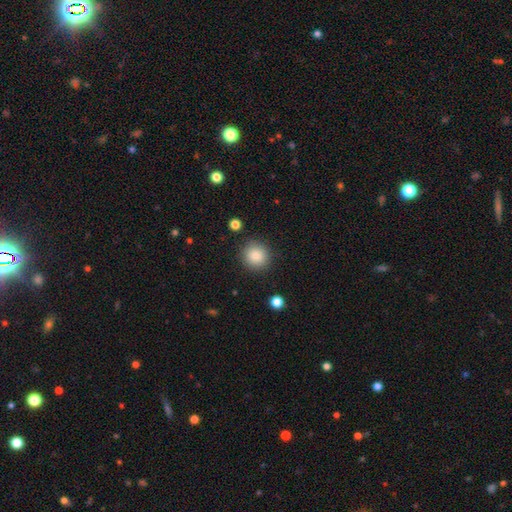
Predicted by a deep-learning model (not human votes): This appears to be a smooth galaxy with no disk features (87%) that is round (93%). Merging: none (89%).